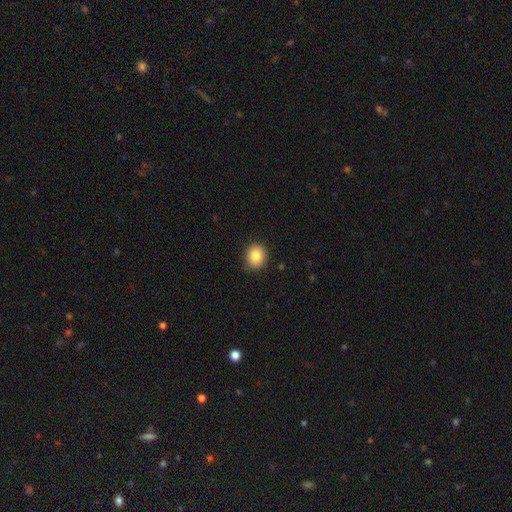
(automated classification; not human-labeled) A smooth galaxy with no disk features (85%) that is round (68%). Merging: none (87%).